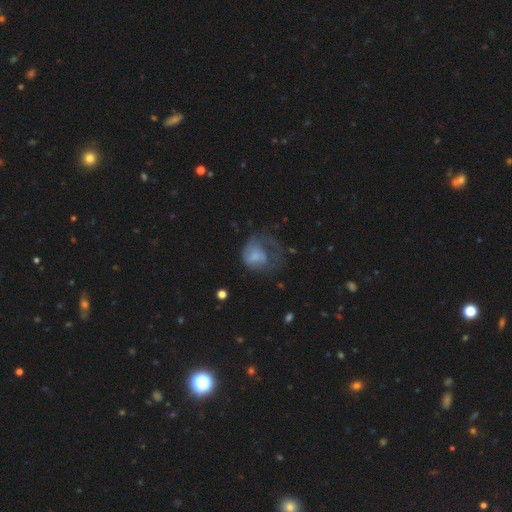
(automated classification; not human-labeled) Smooth or featured? Predicted: smooth (p=0.54). How rounded? Predicted: round (p=0.51). Merging? Predicted: major disturbance (p=0.57).